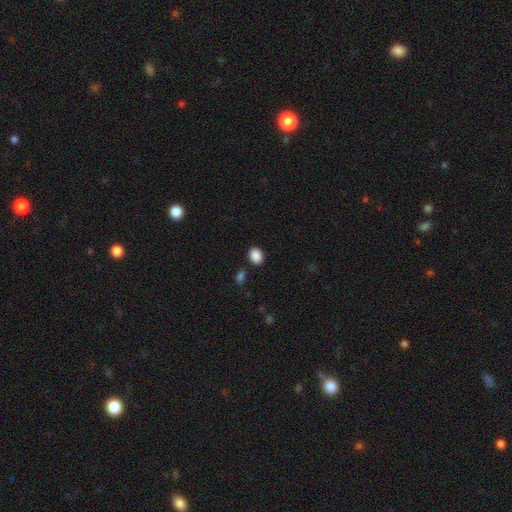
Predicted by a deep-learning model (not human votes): smooth_or_featured: smooth (p=0.89) [alt: star or artifact p=0.09]
how_rounded: round (p=0.50) [alt: in between p=0.49]
merging: none (p=0.85) [alt: minor disturbance p=0.09]